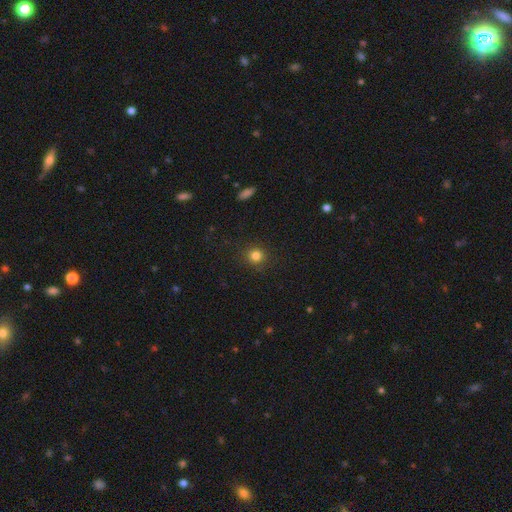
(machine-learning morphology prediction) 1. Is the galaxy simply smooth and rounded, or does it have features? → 82% smooth, 13% star or artifact, 5% featured or disk.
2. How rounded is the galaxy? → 92% round, 7% in between, 1% cigar-shaped.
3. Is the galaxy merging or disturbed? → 89% none, 7% minor disturbance, 2% major disturbance, 1% merger.